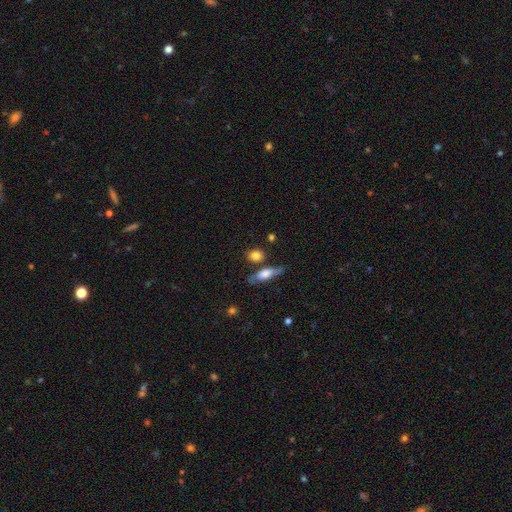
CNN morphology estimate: smooth_or_featured: smooth (p=0.80) [alt: featured or disk p=0.11]
how_rounded: round (p=0.52) [alt: in between p=0.41]
merging: none (p=0.72) [alt: minor disturbance p=0.13]